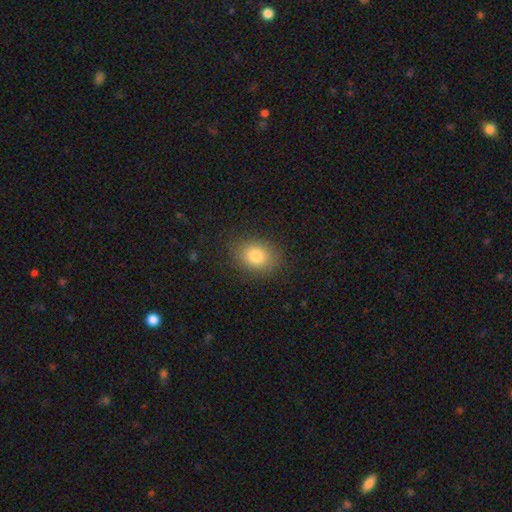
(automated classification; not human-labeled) The model was most divided on "how rounded": in between: 56%, round: 43%, cigar-shaped: 1%. More confident: merging — none (85%); smooth or featured — smooth (81%).